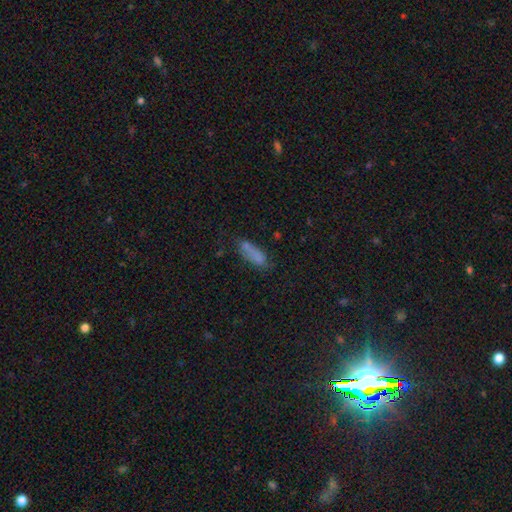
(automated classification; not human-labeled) Smooth or featured? Predicted: smooth (p=0.76). How rounded? Predicted: in between (p=0.66). Merging? Predicted: none (p=0.49).